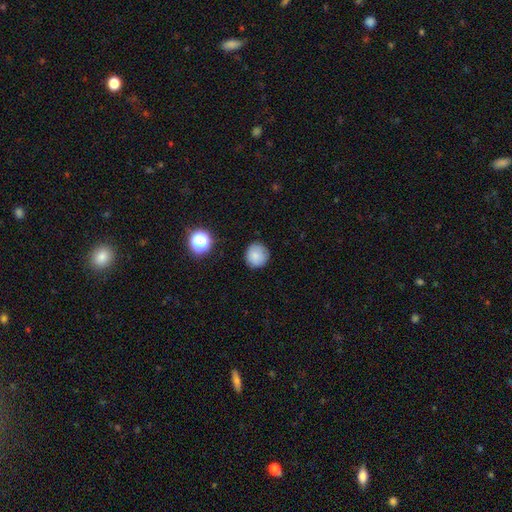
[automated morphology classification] Smooth or featured? smooth (83%)
How rounded? round (92%)
Merging? none (86%)